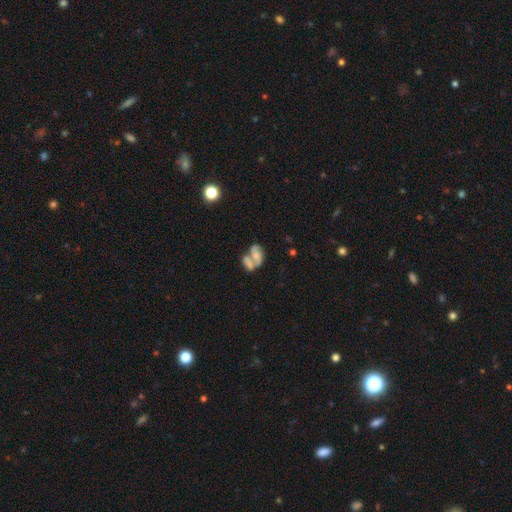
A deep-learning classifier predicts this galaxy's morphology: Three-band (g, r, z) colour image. It shows a smooth galaxy with no disk features (46%). Merging: merger (61%).